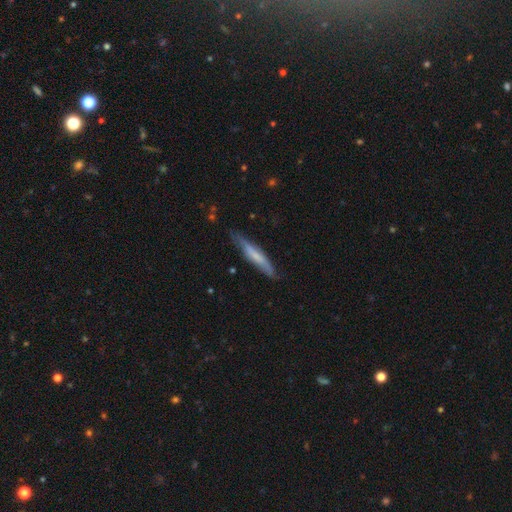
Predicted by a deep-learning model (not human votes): Q: Smooth or featured?
A: smooth (55%); runner-up: featured or disk (40%)
Q: How rounded?
A: cigar-shaped (91%); runner-up: in between (8%)
Q: Merging?
A: none (72%); runner-up: minor disturbance (22%)